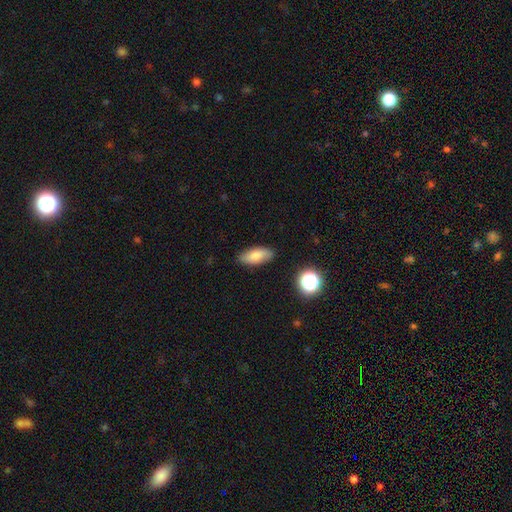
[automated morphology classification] smooth 77%, featured or disk 14%, star or artifact 9%. Down the decision tree: how rounded — in between (84%); merging — none (84%).